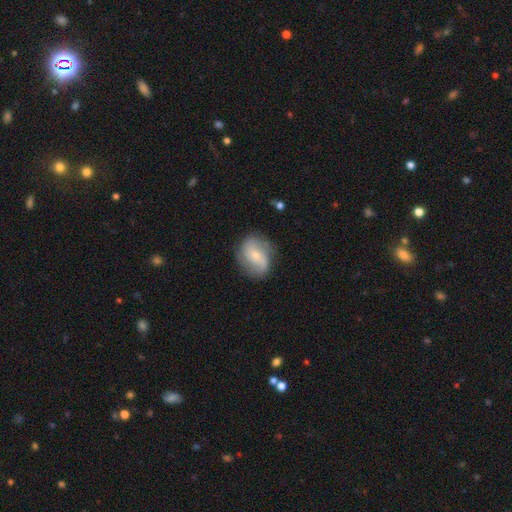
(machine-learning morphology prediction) The model was most divided on "spiral winding": medium: 41%, loose: 30%, tight: 29%. More confident: edge-on disk — no (97%); spiral arms — yes (86%); merging — none (69%); smooth or featured — featured or disk (64%); bulge size — small (61%); spiral arm count — 2 (59%); bar — no (56%).